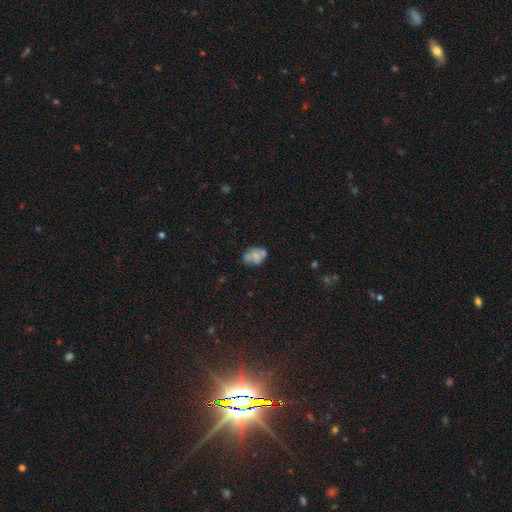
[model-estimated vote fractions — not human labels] Morphology: type=smooth (53%); roundness=in between (74%); merging=none (52%).